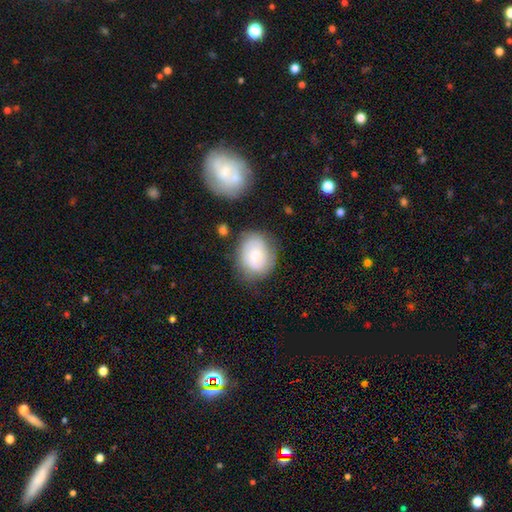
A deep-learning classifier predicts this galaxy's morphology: Smooth or featured? smooth (48%)
Merging? none (69%)